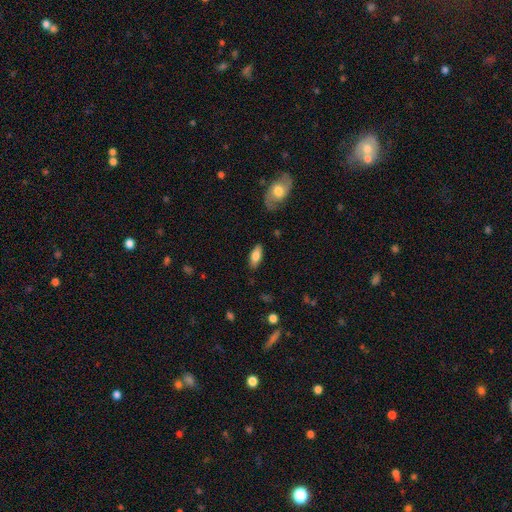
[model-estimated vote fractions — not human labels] A smooth galaxy with no disk features (76%) that is in between round and cigar-shaped (81%).

Vote fractions:
- Smooth or featured? smooth: 76% / featured or disk: 17% / star or artifact: 6%
- How rounded? in between: 81% / cigar-shaped: 16% / round: 2%
- Merging? none: 85% / minor disturbance: 11% / major disturbance: 3% / merger: 1%